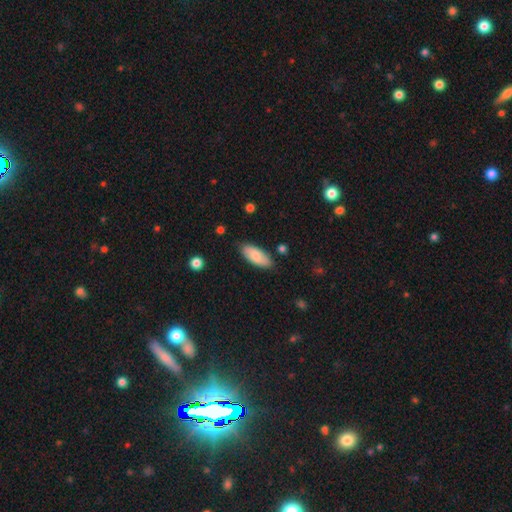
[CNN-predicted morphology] Smooth or featured? Predicted: smooth (p=0.82). How rounded? Predicted: in between (p=0.83). Merging? Predicted: none (p=0.84).